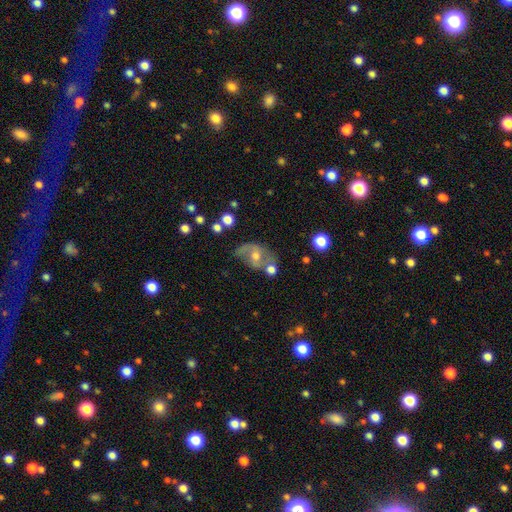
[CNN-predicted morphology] This appears to be a featured or disk galaxy (52%). Merging: none (37%).